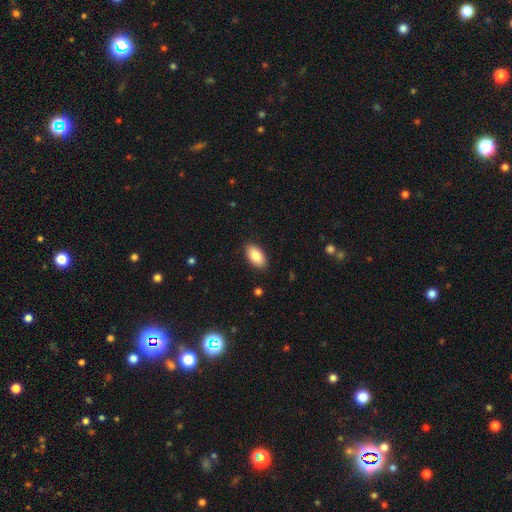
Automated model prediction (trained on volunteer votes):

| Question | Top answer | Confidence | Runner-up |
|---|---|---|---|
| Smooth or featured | smooth | 87% | featured or disk (7%) |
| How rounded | in between | 94% | round (3%) |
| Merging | none | 89% | minor disturbance (8%) |